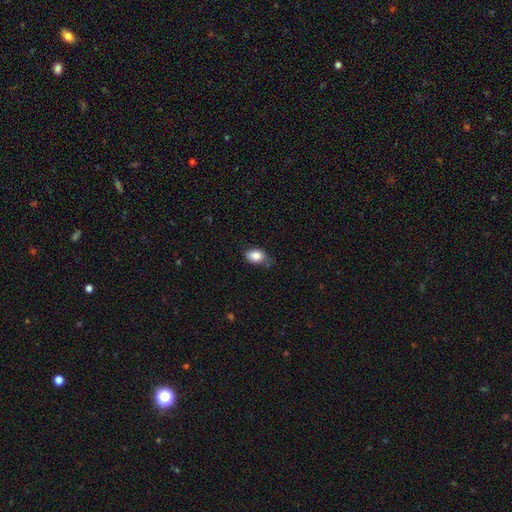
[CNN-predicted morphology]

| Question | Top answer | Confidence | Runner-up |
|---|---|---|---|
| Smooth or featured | smooth | 85% | star or artifact (8%) |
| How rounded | in between | 83% | round (15%) |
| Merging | none | 58% | minor disturbance (34%) |